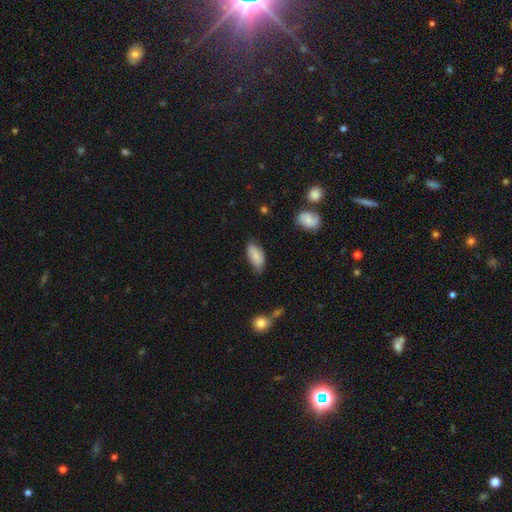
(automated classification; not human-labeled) This appears to be a smooth galaxy with no disk features (76%) that is in between round and cigar-shaped (92%). Merging: none (58%).